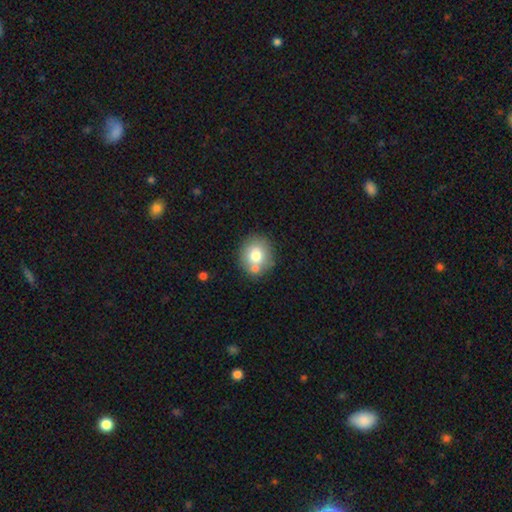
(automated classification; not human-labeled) smooth_or_featured: smooth (p=0.74) [alt: featured or disk p=0.16]
how_rounded: round (p=0.78) [alt: in between p=0.21]
merging: none (p=0.67) [alt: merger p=0.19]